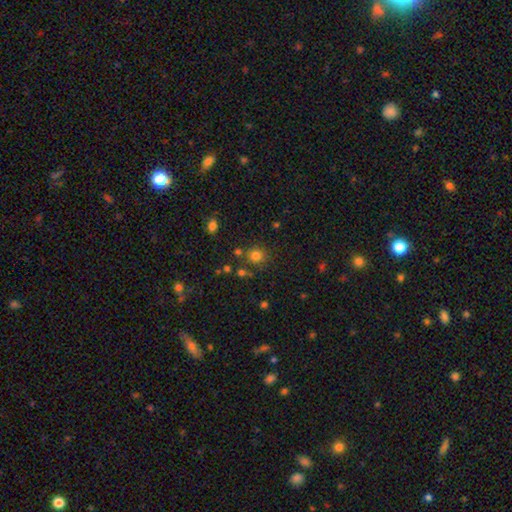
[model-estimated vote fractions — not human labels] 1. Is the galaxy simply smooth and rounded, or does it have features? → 77% smooth, 16% star or artifact, 7% featured or disk.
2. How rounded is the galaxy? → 87% round, 12% in between, 1% cigar-shaped.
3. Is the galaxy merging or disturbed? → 78% none, 10% minor disturbance, 9% merger, 4% major disturbance.